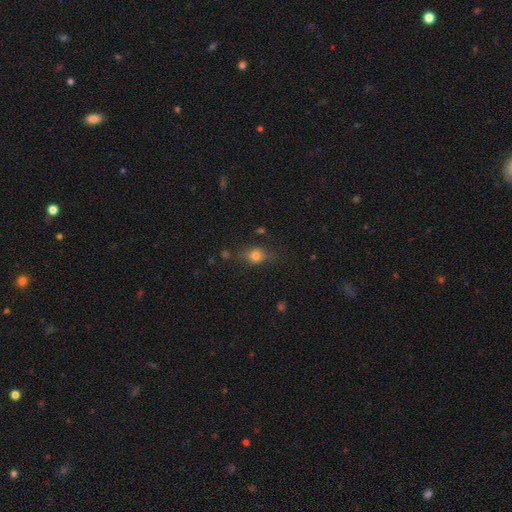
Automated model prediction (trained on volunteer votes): This appears to be a smooth galaxy with no disk features (72%) that is round (50%). Merging: none (69%).